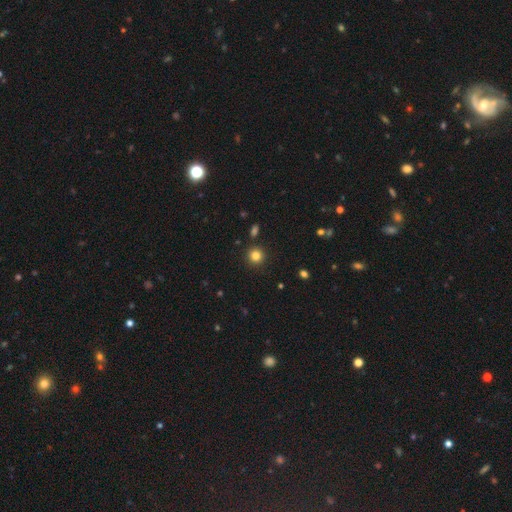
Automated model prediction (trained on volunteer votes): Q: Smooth or featured?
A: smooth (82%); runner-up: star or artifact (13%)
Q: How rounded?
A: round (93%); runner-up: in between (6%)
Q: Merging?
A: none (90%); runner-up: minor disturbance (6%)